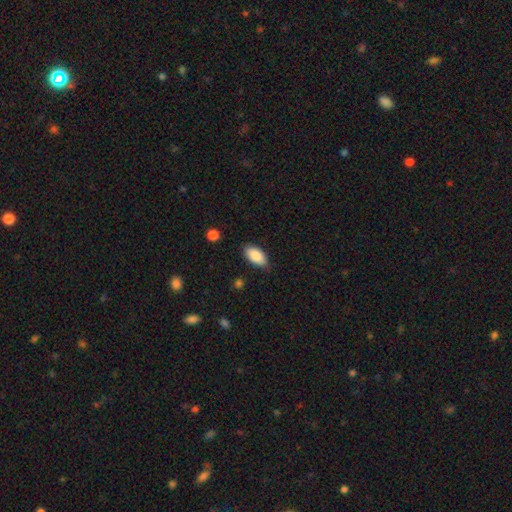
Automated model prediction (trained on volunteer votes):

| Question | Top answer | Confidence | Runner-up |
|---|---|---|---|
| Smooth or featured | smooth | 87% | star or artifact (6%) |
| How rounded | in between | 92% | cigar-shaped (5%) |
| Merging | none | 82% | minor disturbance (14%) |